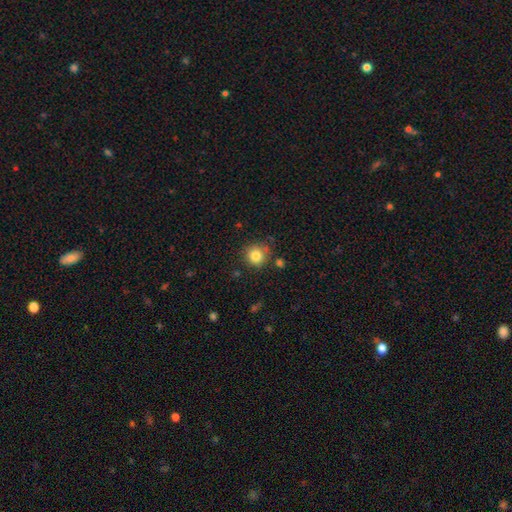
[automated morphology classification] Smooth or featured: smooth — 83% (star or artifact — 11%)
How rounded: round — 91% (in between — 8%)
Merging: none — 80% (minor disturbance — 12%)